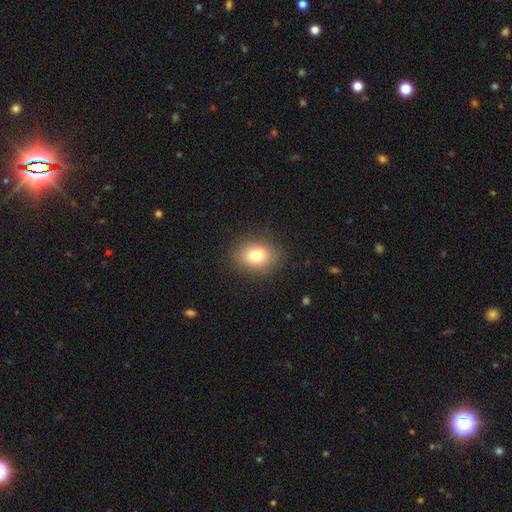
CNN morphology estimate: Smooth or featured? Predicted: smooth (p=0.72). How rounded? Predicted: in between (p=0.56). Merging? Predicted: none (p=0.63).